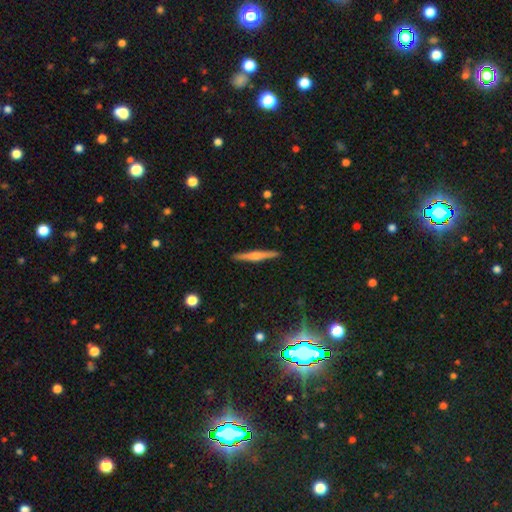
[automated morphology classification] Overall: featured or disk (68%). Edge-on disk: yes (97%). Edge-on bulge: rounded (82%). Merging: none (91%).